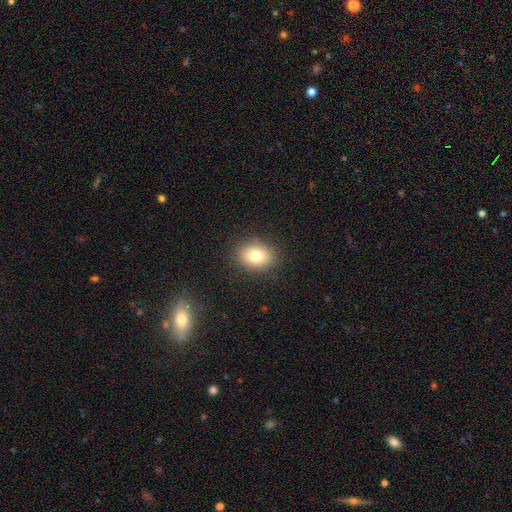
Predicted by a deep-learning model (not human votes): Smooth or featured? smooth (78%)
How rounded? in between (62%)
Merging? none (87%)